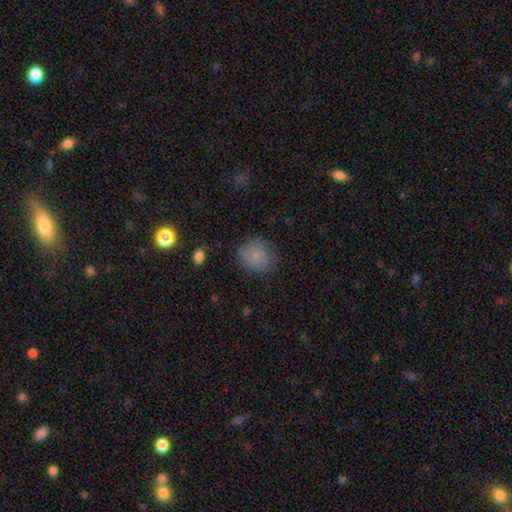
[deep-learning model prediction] Q: Smooth or featured?
A: smooth (79%); runner-up: featured or disk (11%)
Q: How rounded?
A: round (74%); runner-up: in between (25%)
Q: Merging?
A: none (71%); runner-up: minor disturbance (21%)